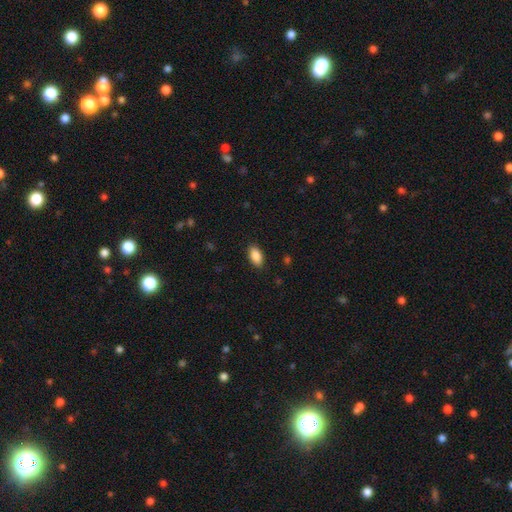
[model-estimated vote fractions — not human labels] The model was most divided on "merging": none: 88%, minor disturbance: 9%, major disturbance: 2%, merger: 1%. More confident: how rounded — in between (94%); smooth or featured — smooth (89%).